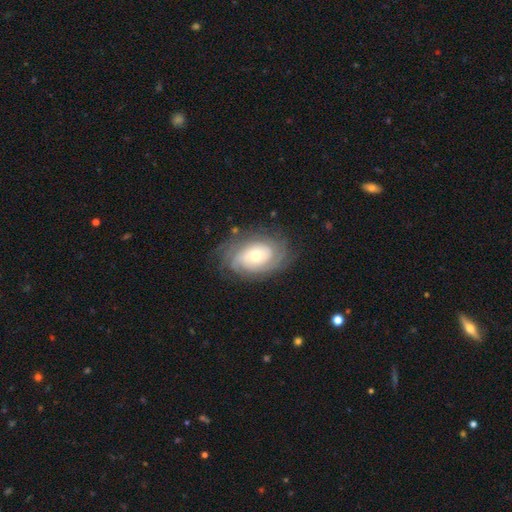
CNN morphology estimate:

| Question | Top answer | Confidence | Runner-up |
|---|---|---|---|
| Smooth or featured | featured or disk | 80% | smooth (13%) |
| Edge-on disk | no | 95% | yes (5%) |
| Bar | no | 76% | weak (19%) |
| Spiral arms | yes | 93% | no (7%) |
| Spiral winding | tight | 73% | medium (21%) |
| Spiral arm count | can't tell | 40% | 2 (21%) |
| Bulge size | moderate | 57% | small (35%) |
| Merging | none | 77% | minor disturbance (16%) |